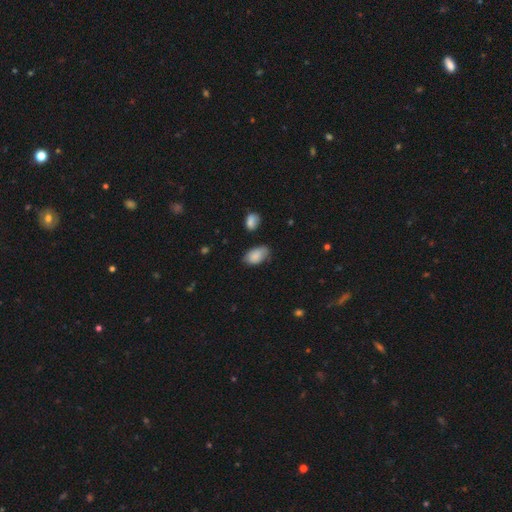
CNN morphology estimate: Smooth or featured?
  - smooth: 84% *
  - featured or disk: 9%
  - star or artifact: 8%
How rounded?
  - in between: 92% *
  - round: 7%
  - cigar-shaped: 1%
Merging?
  - none: 60% *
  - minor disturbance: 31%
  - major disturbance: 6%
  - merger: 3%